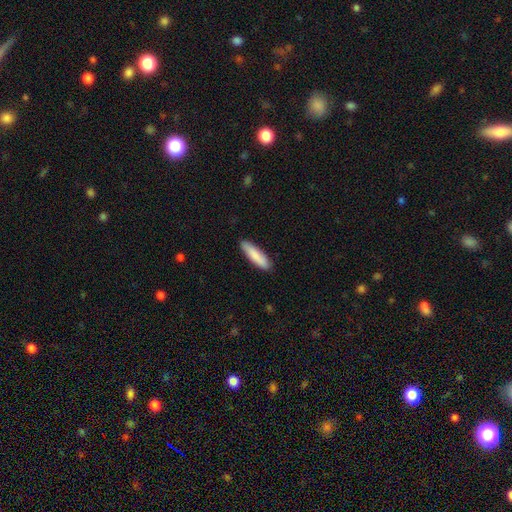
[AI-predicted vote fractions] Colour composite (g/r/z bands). It shows a smooth galaxy with no disk features (85%) that is cigar-shaped (71%). Merging: none (88%).